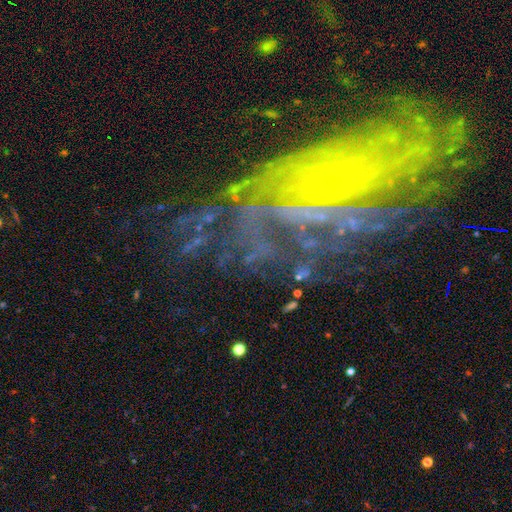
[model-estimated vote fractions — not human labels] Smooth or featured: featured or disk — 77% (star or artifact — 15%)
Edge-on disk: no — 96% (yes — 4%)
Bar: no — 65% (weak — 22%)
Spiral arms: yes — 94% (no — 6%)
Spiral winding: tight — 70% (medium — 23%)
Spiral arm count: can't tell — 29% (more than 4 — 17%)
Bulge size: small — 82% (moderate — 10%)
Merging: none — 67% (minor disturbance — 15%)